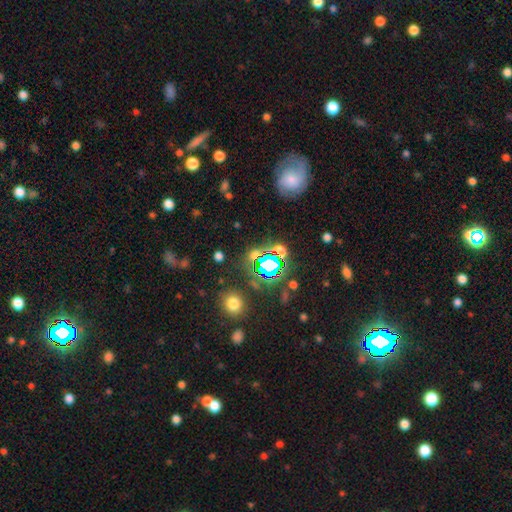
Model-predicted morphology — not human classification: Smooth or featured?
  - star or artifact: 63% *
  - smooth: 28%
  - featured or disk: 9%